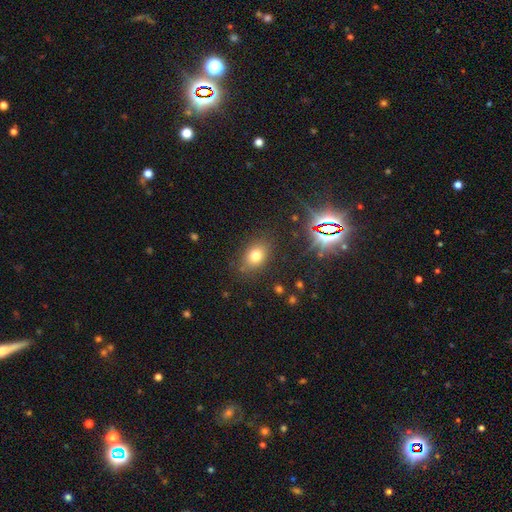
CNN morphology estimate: smooth_or_featured: smooth (p=0.73) [alt: star or artifact p=0.17]
how_rounded: in between (p=0.69) [alt: round p=0.30]
merging: none (p=0.82) [alt: minor disturbance p=0.12]